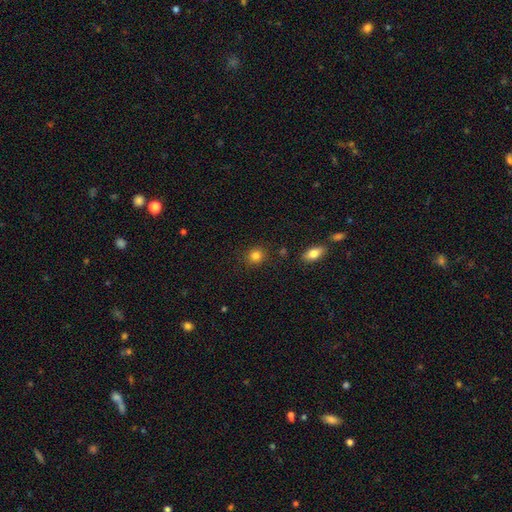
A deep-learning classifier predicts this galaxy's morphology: Smooth or featured? Predicted: smooth (p=0.83). How rounded? Predicted: round (p=0.85). Merging? Predicted: none (p=0.86).